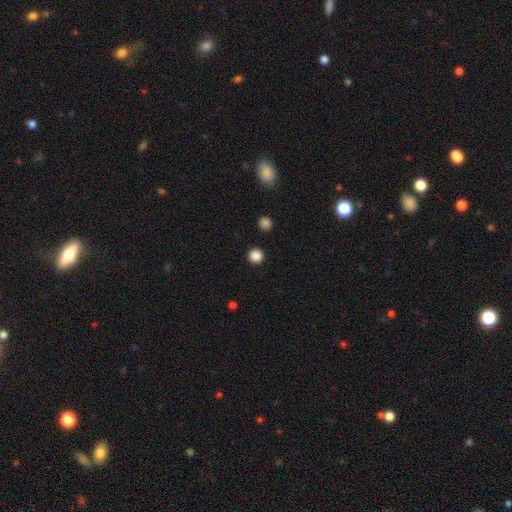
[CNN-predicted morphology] Overall: smooth (86%). How rounded: round (96%). Merging: none (93%).